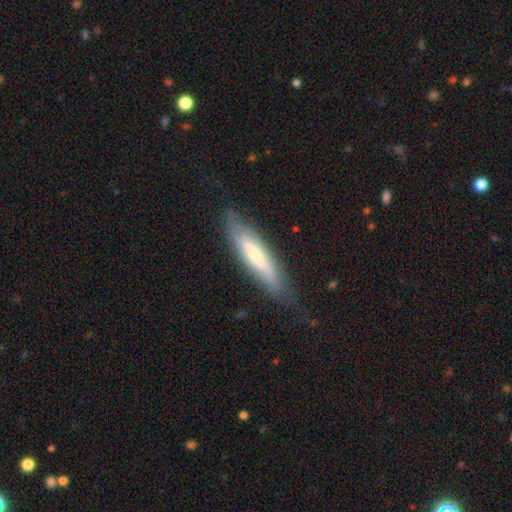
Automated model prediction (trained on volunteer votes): Q: Smooth or featured?
A: featured or disk (50%); runner-up: smooth (44%)
Q: Merging?
A: none (69%); runner-up: minor disturbance (22%)